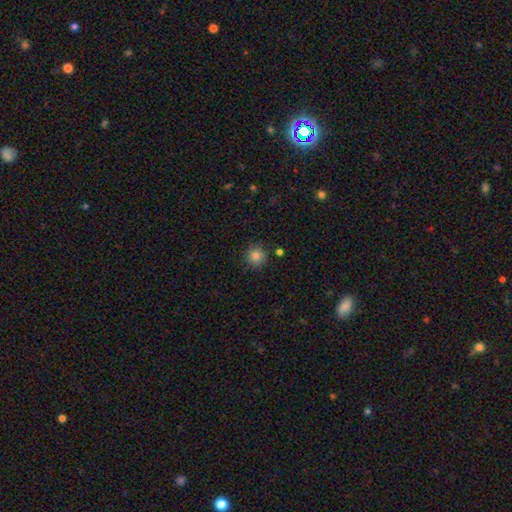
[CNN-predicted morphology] This is clearly a smooth galaxy (84%). How rounded: clearly round (93%). Merging: clearly none (86%).